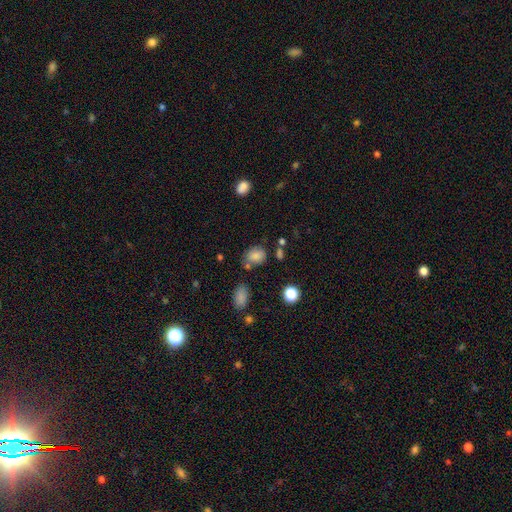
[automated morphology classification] Smooth or featured? smooth (80%)
How rounded? in between (52%)
Merging? none (64%)